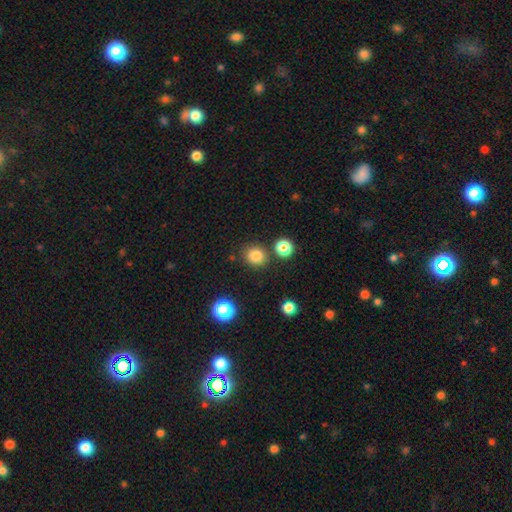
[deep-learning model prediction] The model was most divided on "how rounded": round: 83%, in between: 16%, cigar-shaped: 1%. More confident: smooth or featured — smooth (82%); merging — none (82%).